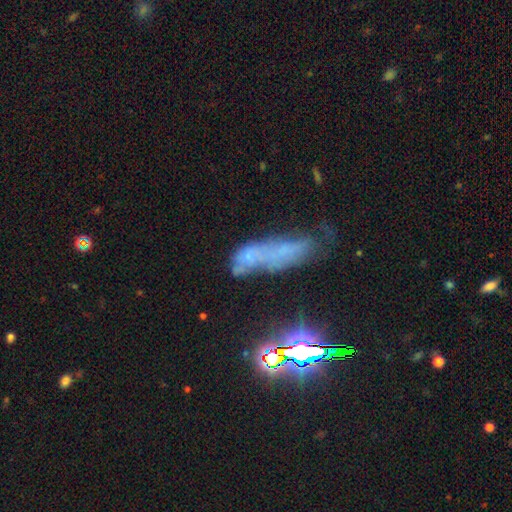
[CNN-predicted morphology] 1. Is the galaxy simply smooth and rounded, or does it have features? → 43% smooth, 33% featured or disk, 24% star or artifact.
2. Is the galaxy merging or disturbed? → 30% none, 26% major disturbance, 23% minor disturbance, 21% merger.